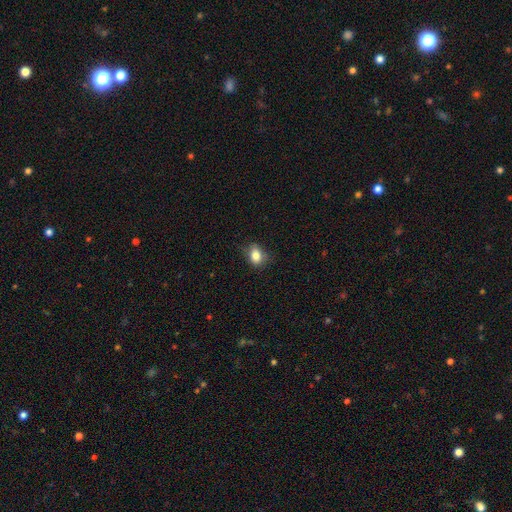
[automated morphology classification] Smooth or featured? Predicted: smooth (p=0.82). How rounded? Predicted: in between (p=0.64). Merging? Predicted: none (p=0.69).